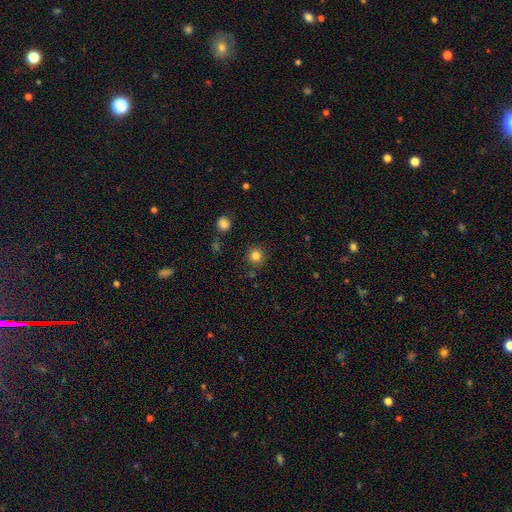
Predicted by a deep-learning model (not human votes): smooth 83%, star or artifact 12%, featured or disk 5%. Down the decision tree: how rounded — round (93%); merging — none (87%).